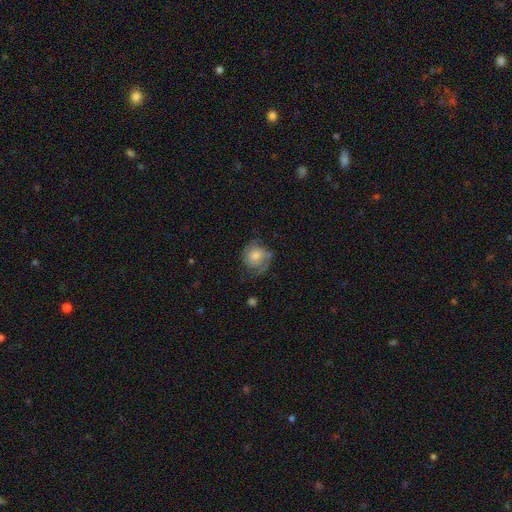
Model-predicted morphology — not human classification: type=featured or disk (52%); edge-on=no (97%); bar=no (72%); spiral arms=yes (84%); bulge=moderate (50%); merging=none (54%).